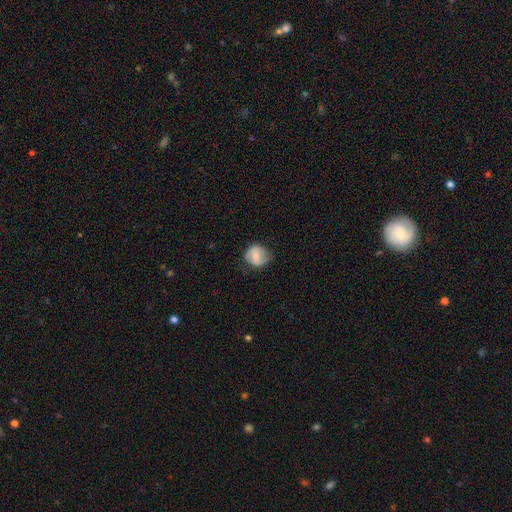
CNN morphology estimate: type=smooth (62%); roundness=round (79%); merging=none (68%).